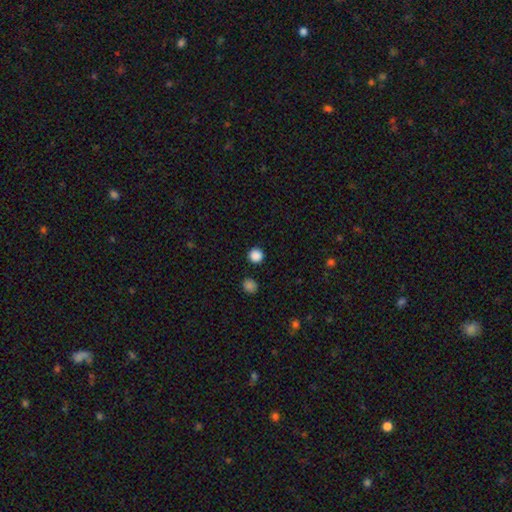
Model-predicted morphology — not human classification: Smooth or featured: smooth — 86% (star or artifact — 11%)
How rounded: round — 94% (in between — 5%)
Merging: none — 91% (minor disturbance — 5%)